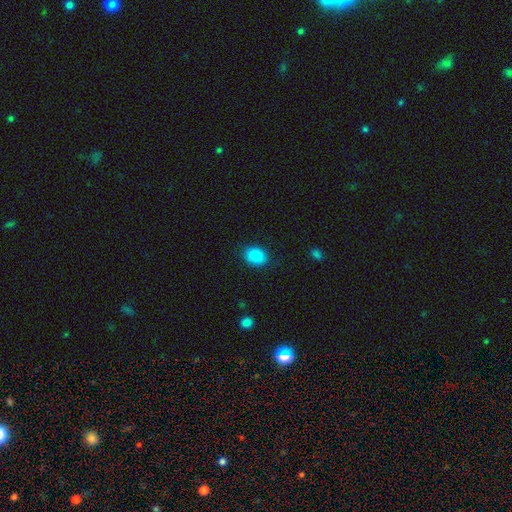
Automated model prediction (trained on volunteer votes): This appears to be a smooth galaxy with no disk features (89%) that is in between round and cigar-shaped (61%). Merging: none (86%).